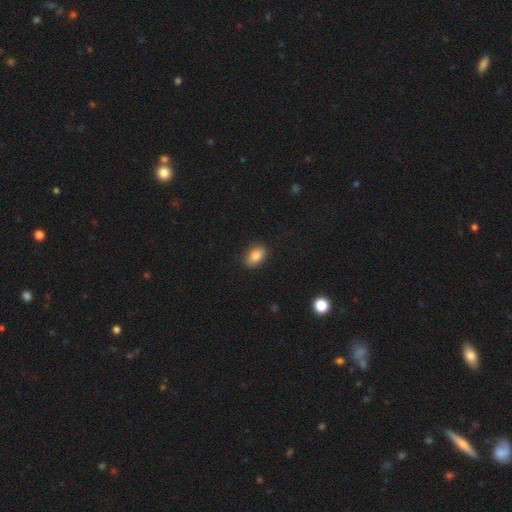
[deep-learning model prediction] Morphology: type=smooth (85%); roundness=in between (87%); merging=none (87%).